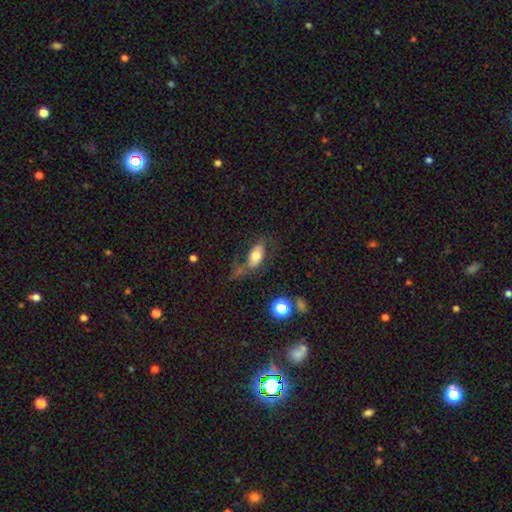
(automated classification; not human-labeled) smooth 65%, featured or disk 25%, star or artifact 10%. Down the decision tree: how rounded — in between (87%); merging — none (49%).